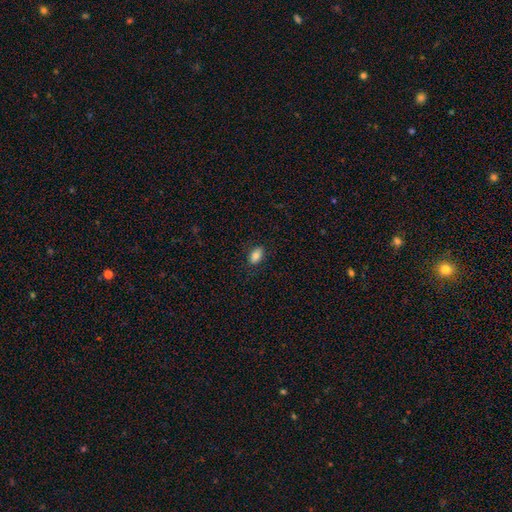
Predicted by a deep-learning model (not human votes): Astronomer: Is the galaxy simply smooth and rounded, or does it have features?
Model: smooth — 84%.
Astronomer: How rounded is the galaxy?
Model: in between — 90%.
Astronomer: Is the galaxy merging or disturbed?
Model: none — 84%.